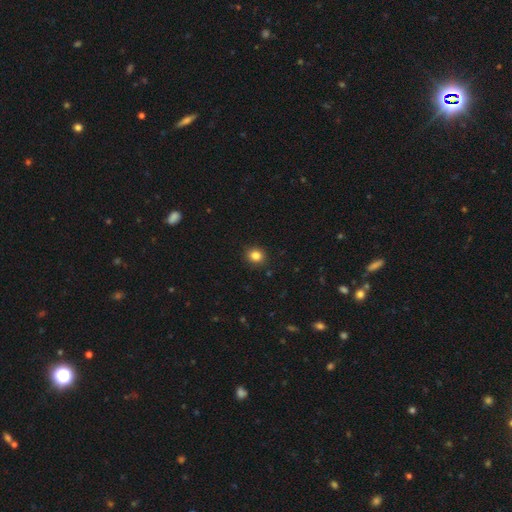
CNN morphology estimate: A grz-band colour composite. It shows a smooth galaxy with no disk features (84%) that is round (77%). Merging: none (91%).